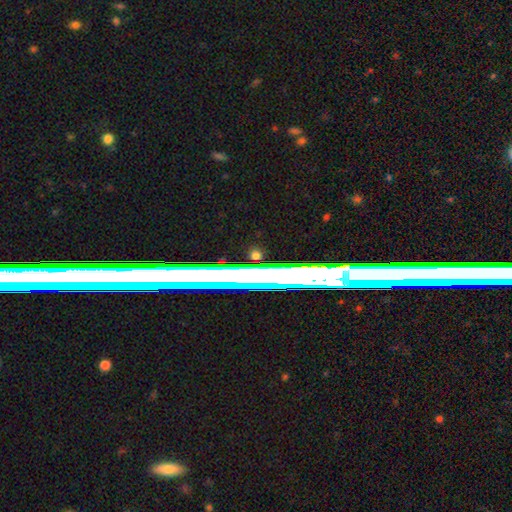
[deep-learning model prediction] Smooth or featured? star or artifact (45%)